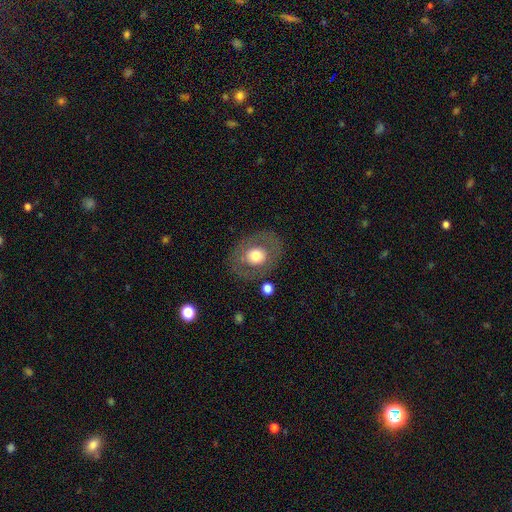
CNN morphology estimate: Smooth or featured: smooth — 57% (featured or disk — 35%)
How rounded: round — 51% (in between — 48%)
Merging: none — 79% (minor disturbance — 12%)